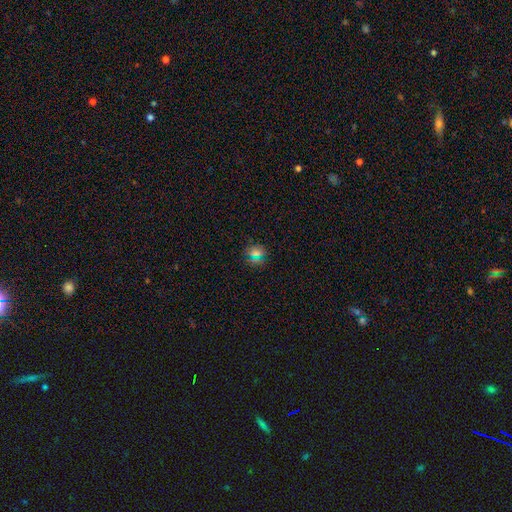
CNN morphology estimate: Q: Smooth or featured?
A: smooth (64%); runner-up: star or artifact (28%)
Q: How rounded?
A: round (85%); runner-up: in between (13%)
Q: Merging?
A: none (85%); runner-up: minor disturbance (9%)